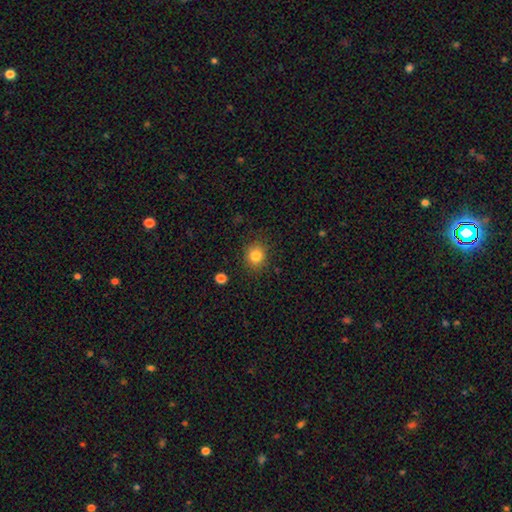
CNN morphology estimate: Overall: smooth (83%). How rounded: round (82%). Merging: none (87%).